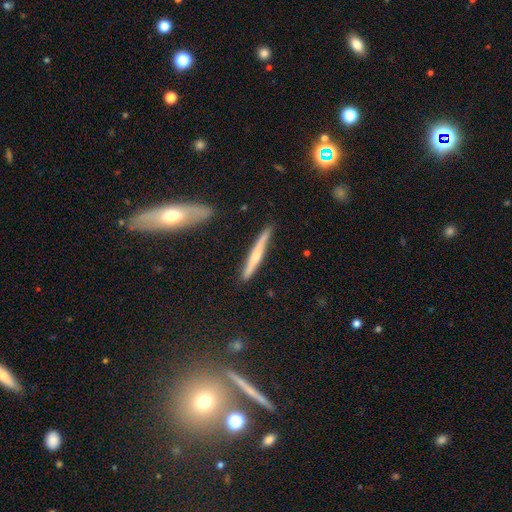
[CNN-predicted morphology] A featured or disk galaxy (50%). Merging: none (84%).